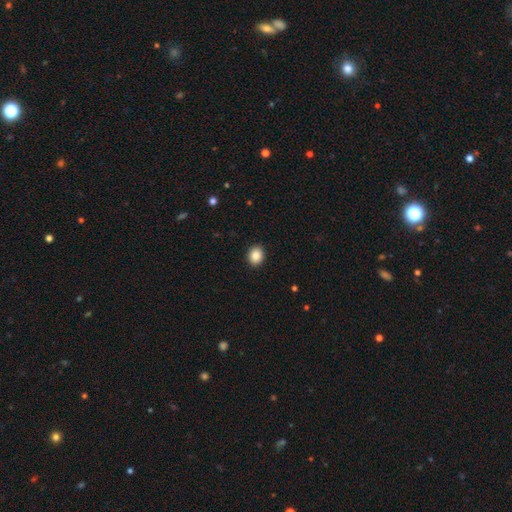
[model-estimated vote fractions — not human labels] This is clearly a smooth galaxy (85%). How rounded: likely round (60%). Merging: clearly none (92%).